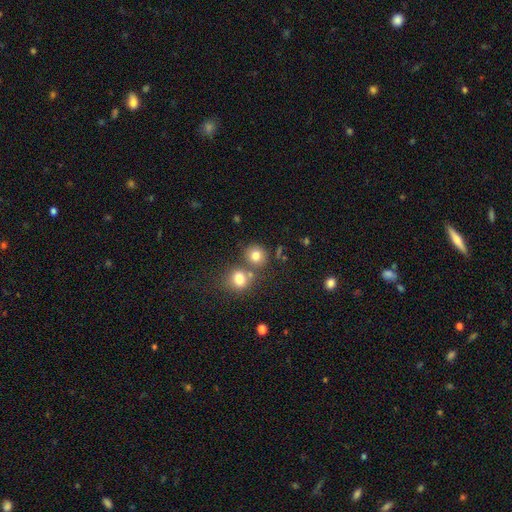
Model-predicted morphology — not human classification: A smooth galaxy with no disk features (77%) that is round (83%).

Vote fractions:
- Smooth or featured? smooth: 77% / star or artifact: 14% / featured or disk: 10%
- How rounded? round: 83% / in between: 16% / cigar-shaped: 1%
- Merging? none: 62% / merger: 25% / minor disturbance: 9% / major disturbance: 4%